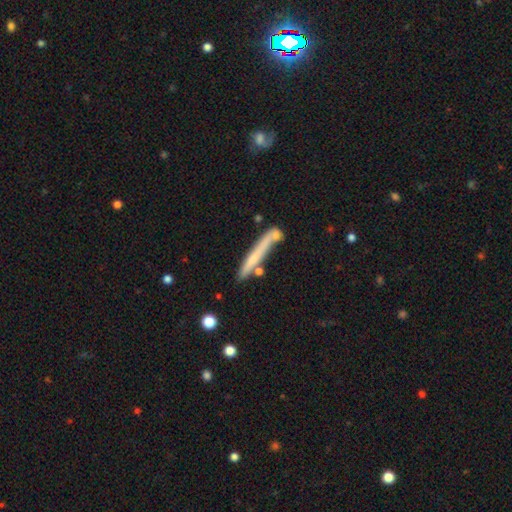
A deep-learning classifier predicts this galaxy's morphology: Overall: smooth (53%; featured or disk 39%). How rounded: cigar-shaped (95%). Merging: none (64%).